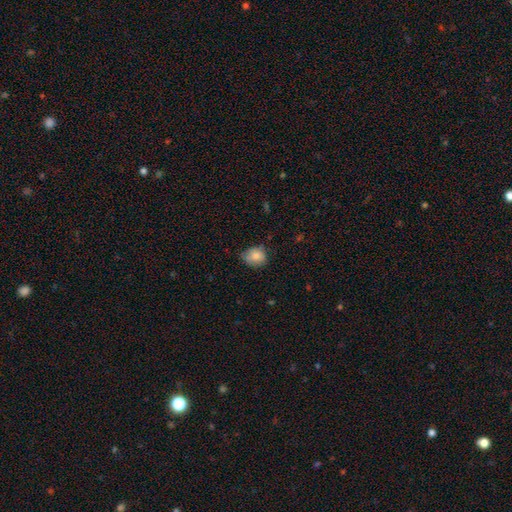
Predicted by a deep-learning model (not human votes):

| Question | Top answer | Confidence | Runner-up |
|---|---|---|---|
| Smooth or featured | smooth | 82% | featured or disk (10%) |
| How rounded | round | 57% | in between (42%) |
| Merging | none | 63% | minor disturbance (30%) |